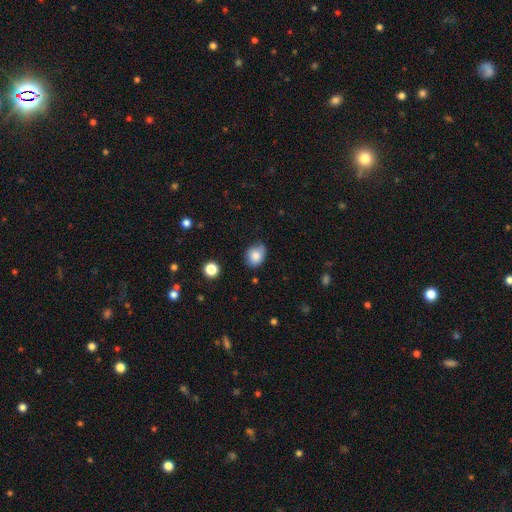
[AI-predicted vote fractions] Morphology: type=smooth (81%); roundness=in between (55%); merging=none (63%).